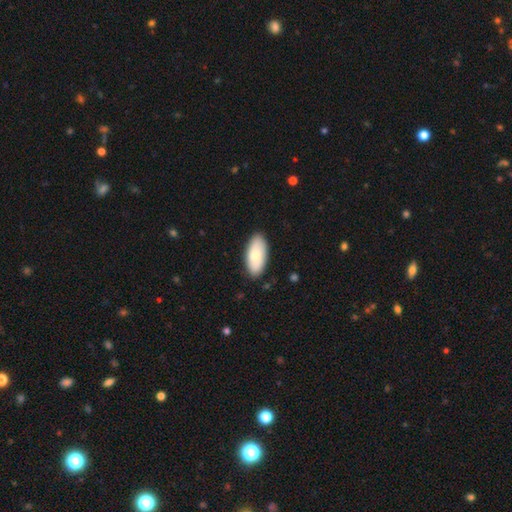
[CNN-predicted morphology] type=smooth (77%); roundness=in between (92%); merging=none (87%).